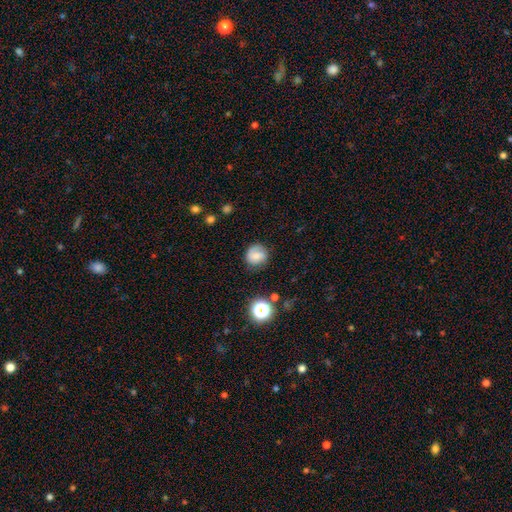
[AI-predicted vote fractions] Smooth or featured? smooth (59%)
How rounded? round (83%)
Merging? none (73%)